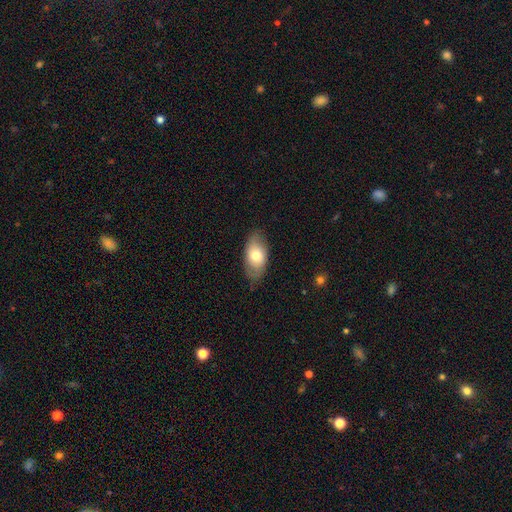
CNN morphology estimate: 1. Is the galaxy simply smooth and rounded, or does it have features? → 70% smooth, 23% featured or disk, 6% star or artifact.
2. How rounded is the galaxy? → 92% in between, 5% round, 3% cigar-shaped.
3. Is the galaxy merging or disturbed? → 80% none, 15% minor disturbance, 3% major disturbance, 1% merger.